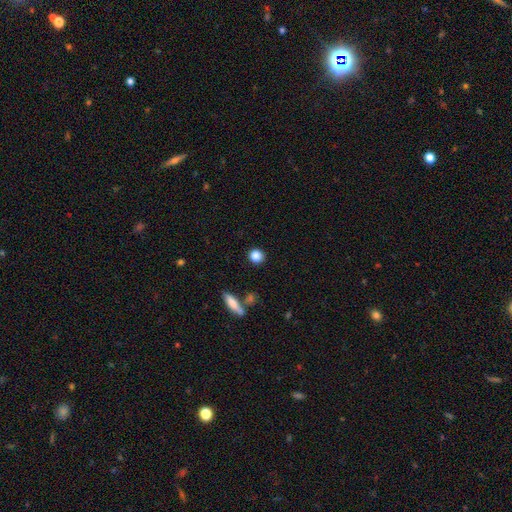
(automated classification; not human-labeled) smooth_or_featured: smooth (p=0.86) [alt: star or artifact p=0.09]
how_rounded: round (p=0.87) [alt: in between p=0.11]
merging: none (p=0.88) [alt: minor disturbance p=0.07]